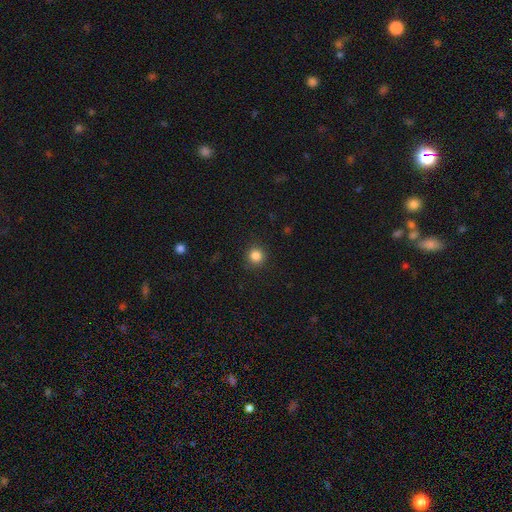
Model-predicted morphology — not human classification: A smooth galaxy with no disk features (85%) that is round (93%).

Vote fractions:
- Smooth or featured? smooth: 85% / star or artifact: 12% / featured or disk: 4%
- How rounded? round: 93% / in between: 6% / cigar-shaped: 1%
- Merging? none: 90% / minor disturbance: 6% / major disturbance: 2% / merger: 1%